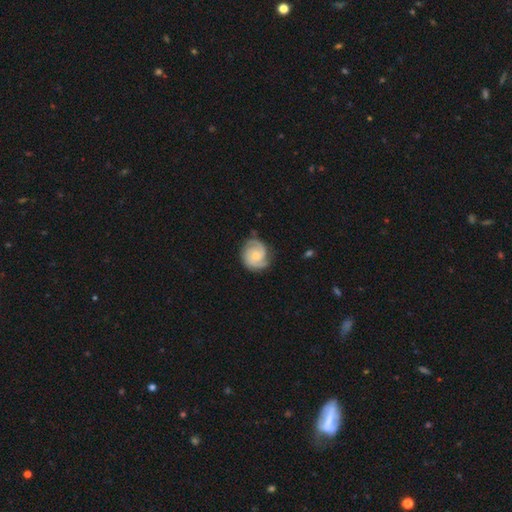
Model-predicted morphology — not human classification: Smooth or featured? Predicted: featured or disk (p=0.81). Edge-on disk? Predicted: no (p=0.98). Bar? Predicted: no (p=0.68). Spiral arms? Predicted: yes (p=0.97). Spiral winding? Predicted: tight (p=0.58). Spiral arm count? Predicted: 2 (p=0.75). Bulge size? Predicted: small (p=0.55). Merging? Predicted: none (p=0.78).